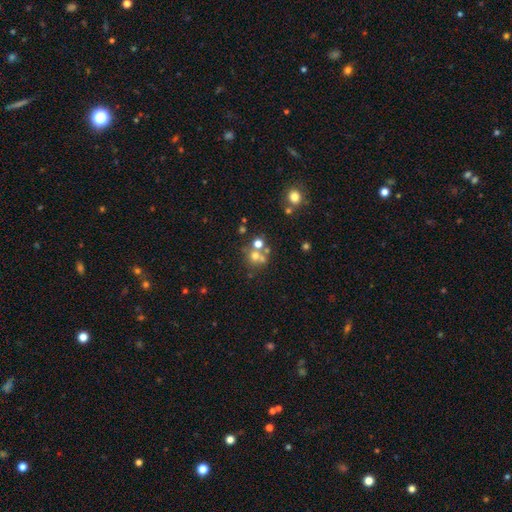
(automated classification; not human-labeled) Smooth or featured: smooth — 57% (featured or disk — 21%)
How rounded: round — 83% (in between — 16%)
Merging: none — 47% (merger — 38%)